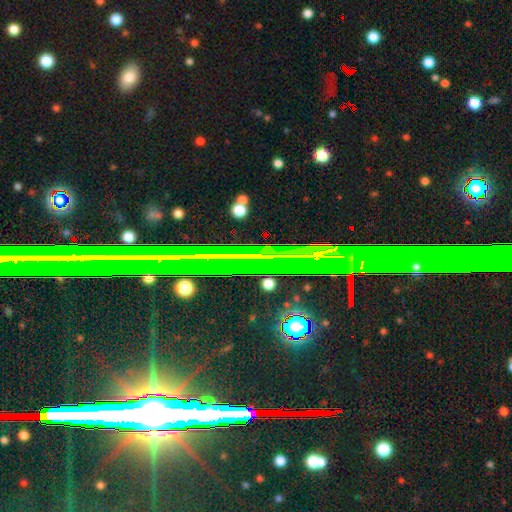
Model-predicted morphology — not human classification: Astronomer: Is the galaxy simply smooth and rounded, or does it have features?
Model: star or artifact — 78%.